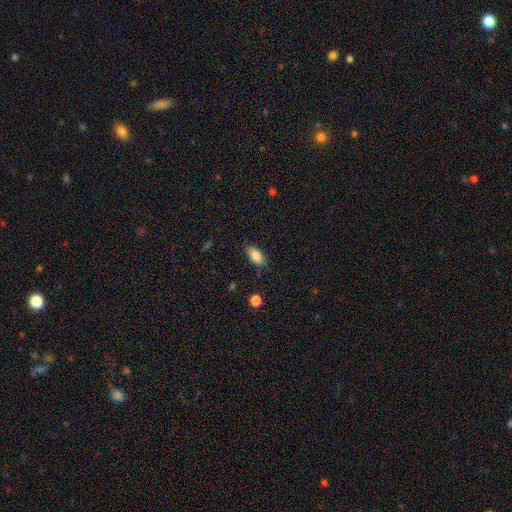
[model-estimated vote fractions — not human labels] smooth 84%, featured or disk 8%, star or artifact 8%. Down the decision tree: how rounded — in between (89%); merging — none (82%).